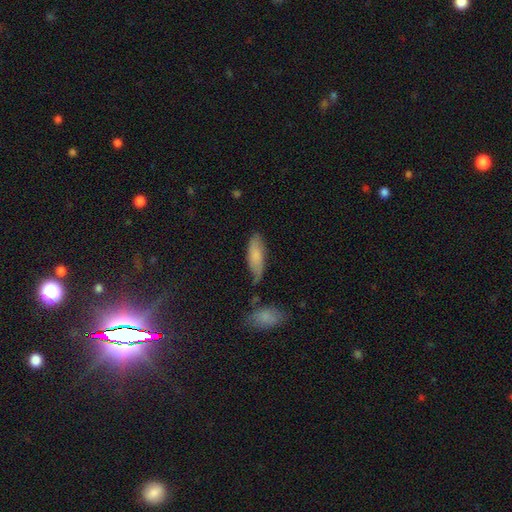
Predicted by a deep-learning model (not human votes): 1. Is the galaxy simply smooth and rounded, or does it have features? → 74% smooth, 20% featured or disk, 7% star or artifact.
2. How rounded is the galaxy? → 64% in between, 34% cigar-shaped, 2% round.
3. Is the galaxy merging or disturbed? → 59% none, 26% minor disturbance, 7% merger, 7% major disturbance.